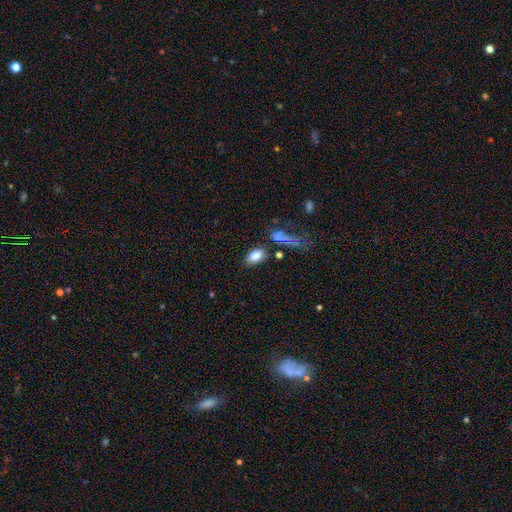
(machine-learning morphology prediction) smooth 83%, star or artifact 9%, featured or disk 8%. Down the decision tree: how rounded — in between (89%); merging — none (66%).